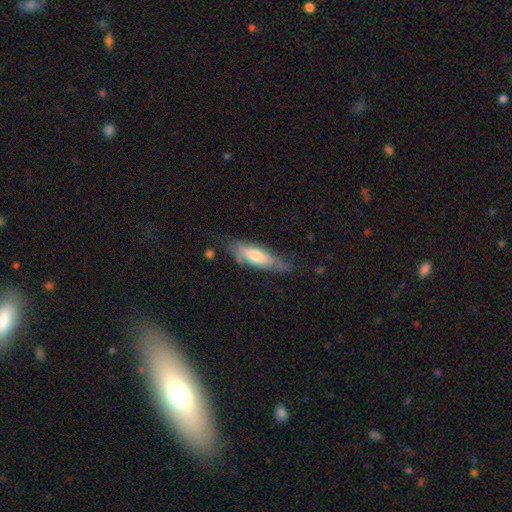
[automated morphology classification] This appears to be a smooth galaxy with no disk features (57%) that is cigar-shaped (55%). Merging: none (61%).